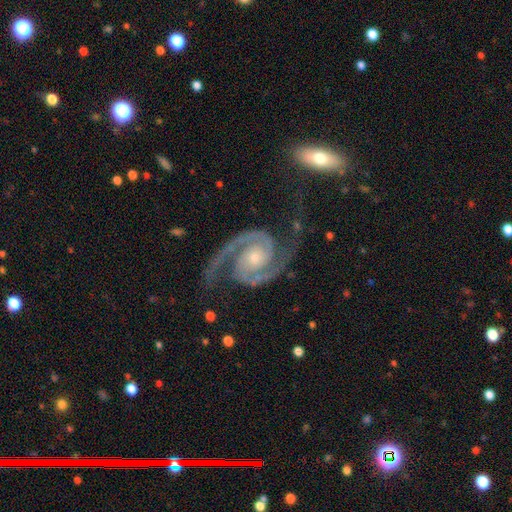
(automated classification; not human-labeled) Q: Smooth or featured?
A: featured or disk (94%); runner-up: star or artifact (4%)
Q: Edge-on disk?
A: no (98%); runner-up: yes (2%)
Q: Bar?
A: no (68%); runner-up: weak (22%)
Q: Spiral arms?
A: yes (99%); runner-up: no (1%)
Q: Spiral winding?
A: medium (52%); runner-up: tight (38%)
Q: Spiral arm count?
A: 2 (94%); runner-up: 3 (1%)
Q: Bulge size?
A: small (46%); runner-up: moderate (45%)
Q: Merging?
A: none (77%); runner-up: minor disturbance (13%)